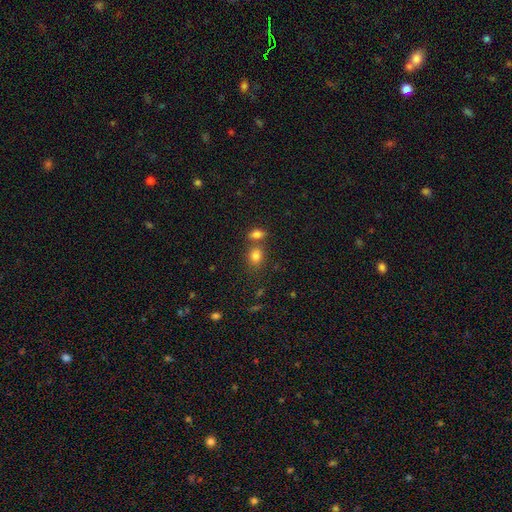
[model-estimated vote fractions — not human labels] Smooth or featured: smooth — 81% (star or artifact — 12%)
How rounded: in between — 60% (round — 38%)
Merging: none — 56% (merger — 30%)